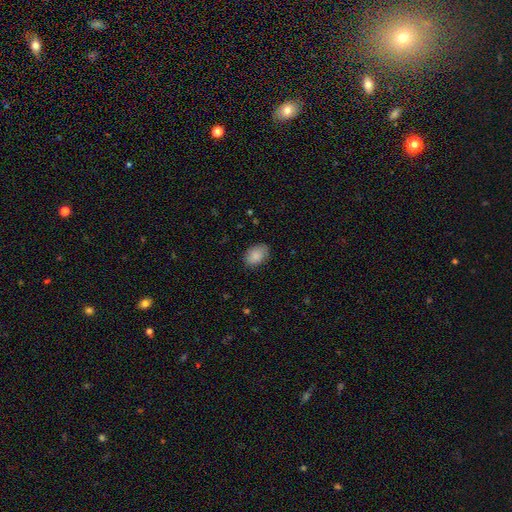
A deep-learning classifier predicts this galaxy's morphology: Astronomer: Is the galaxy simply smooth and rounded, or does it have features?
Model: smooth — 87%.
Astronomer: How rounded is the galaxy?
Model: in between — 85%.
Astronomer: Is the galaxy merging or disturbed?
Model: none — 82%.